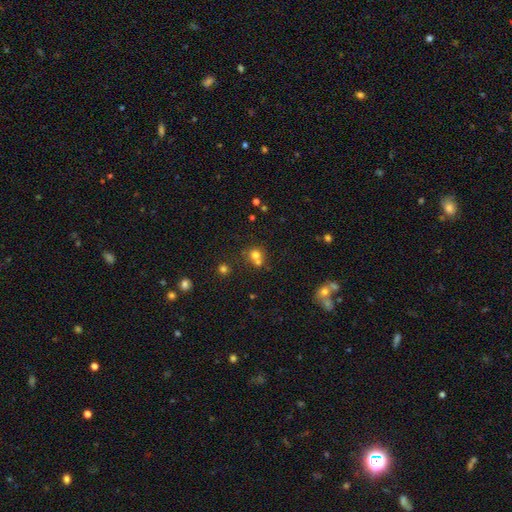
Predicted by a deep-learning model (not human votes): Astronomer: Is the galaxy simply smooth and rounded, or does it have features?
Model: smooth — 72%.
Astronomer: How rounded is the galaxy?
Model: round — 81%.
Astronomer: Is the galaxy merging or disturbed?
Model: merger — 45% (runner-up: none, 43%).